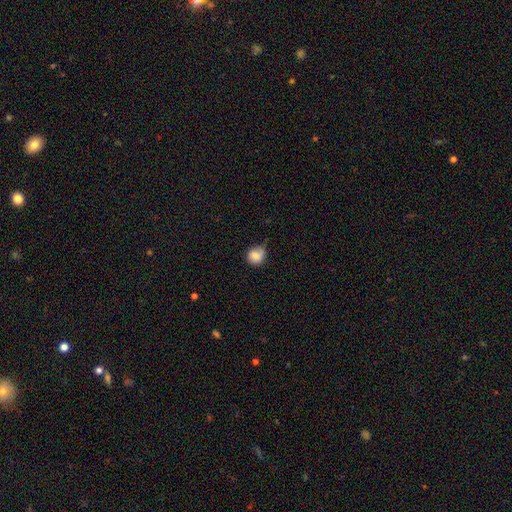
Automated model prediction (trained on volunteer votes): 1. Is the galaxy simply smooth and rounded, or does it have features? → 78% smooth, 13% featured or disk, 9% star or artifact.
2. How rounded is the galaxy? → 77% round, 22% in between, 1% cigar-shaped.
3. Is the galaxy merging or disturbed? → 49% none, 37% minor disturbance, 10% major disturbance, 4% merger.